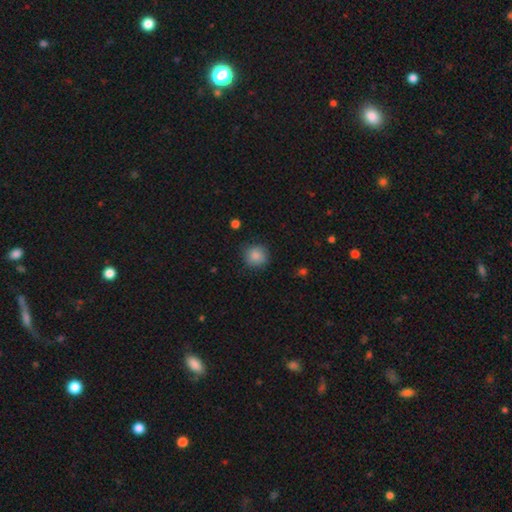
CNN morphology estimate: This appears to be a smooth galaxy with no disk features (85%) that is round (90%). Merging: none (84%).